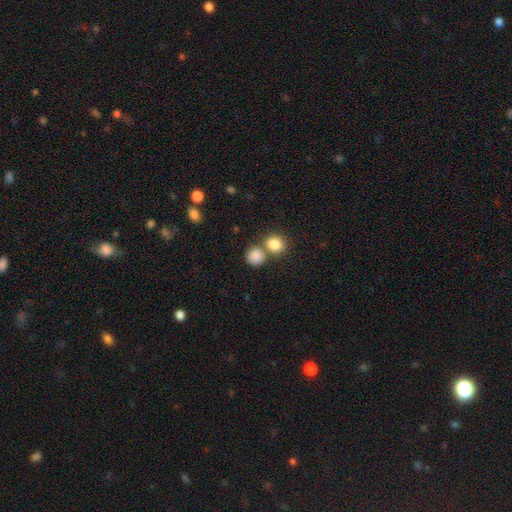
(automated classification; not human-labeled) This appears to be a smooth galaxy with no disk features (85%) that is round (86%). Merging: none (55%).